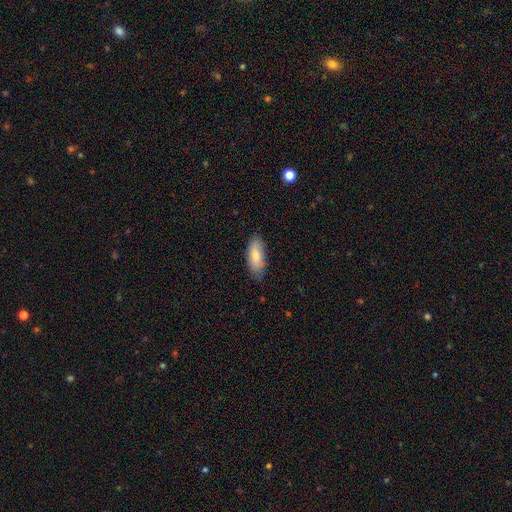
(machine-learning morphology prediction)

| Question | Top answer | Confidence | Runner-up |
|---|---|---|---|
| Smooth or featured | smooth | 78% | featured or disk (16%) |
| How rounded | in between | 84% | cigar-shaped (14%) |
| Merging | none | 77% | minor disturbance (18%) |